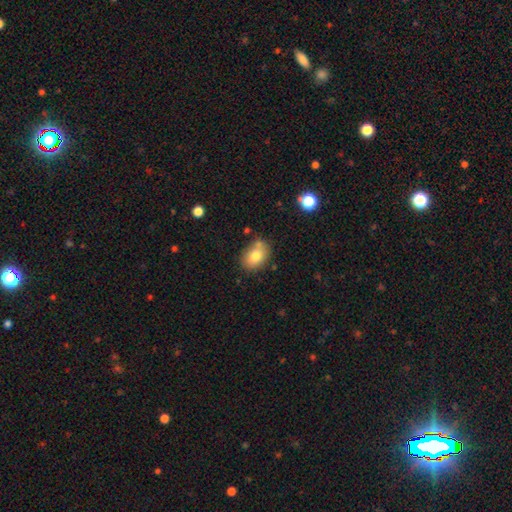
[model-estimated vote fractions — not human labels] Smooth or featured: smooth — 77% (featured or disk — 14%)
How rounded: in between — 72% (round — 27%)
Merging: none — 66% (minor disturbance — 19%)